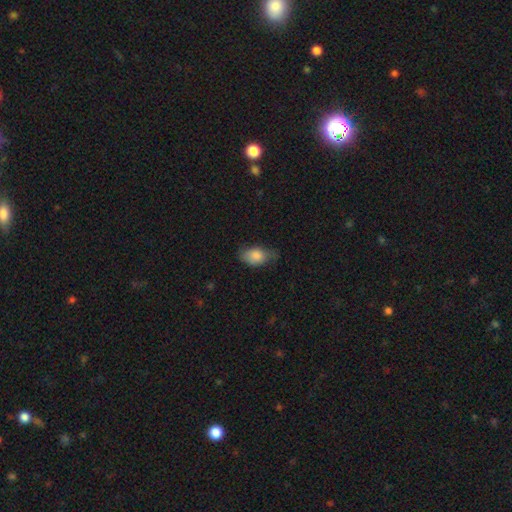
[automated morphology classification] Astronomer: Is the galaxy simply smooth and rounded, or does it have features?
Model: smooth — 83%.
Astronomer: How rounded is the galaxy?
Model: in between — 88%.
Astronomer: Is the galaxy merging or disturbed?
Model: none — 53% (runner-up: minor disturbance, 36%).